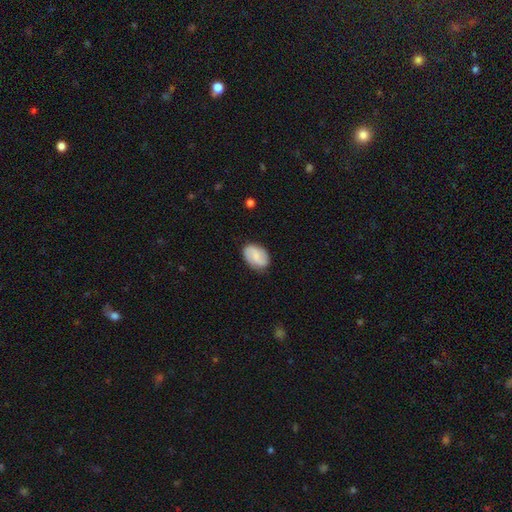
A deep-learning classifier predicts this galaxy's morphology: Overall: smooth (47%; featured or disk 46%). Merging: none (80%).